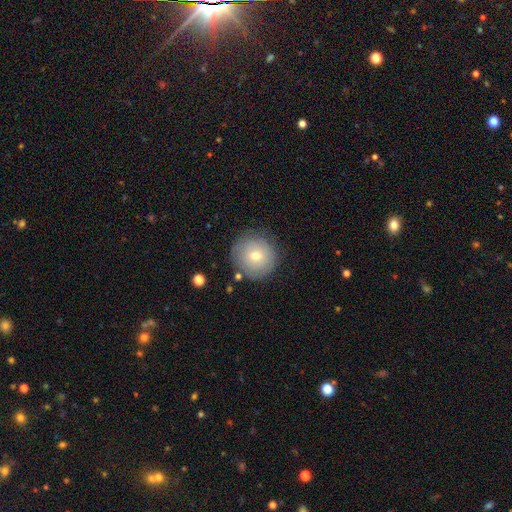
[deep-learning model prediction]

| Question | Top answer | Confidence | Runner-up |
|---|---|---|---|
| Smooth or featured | smooth | 66% | featured or disk (25%) |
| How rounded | round | 95% | in between (4%) |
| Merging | none | 82% | minor disturbance (12%) |